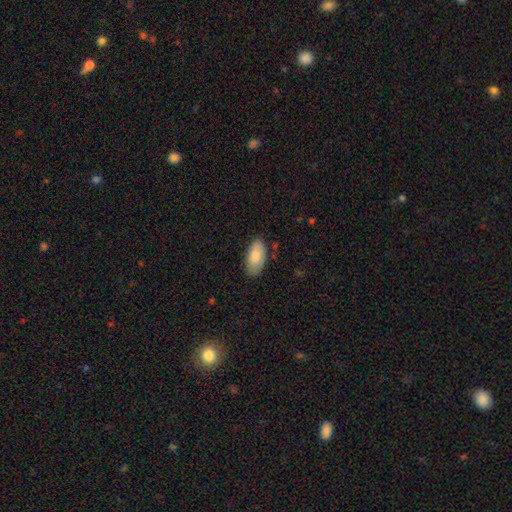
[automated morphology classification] A smooth galaxy with no disk features (84%) that is in between round and cigar-shaped (93%).

Vote fractions:
- Smooth or featured? smooth: 84% / featured or disk: 10% / star or artifact: 6%
- How rounded? in between: 93% / cigar-shaped: 4% / round: 2%
- Merging? none: 82% / minor disturbance: 14% / major disturbance: 3% / merger: 1%